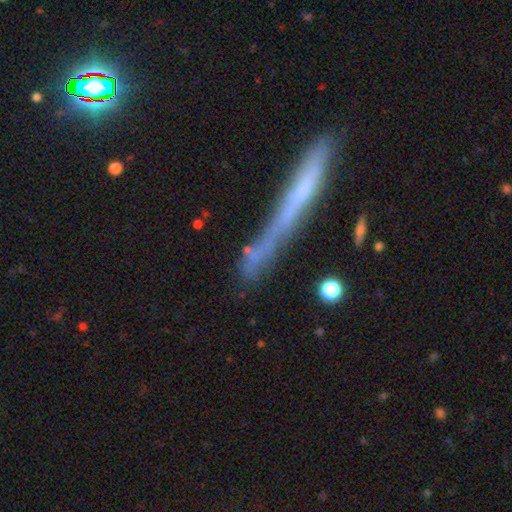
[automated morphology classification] type=smooth (42%); merging=none (59%).